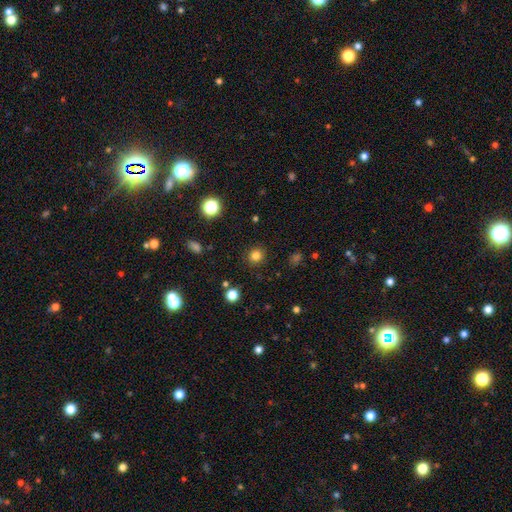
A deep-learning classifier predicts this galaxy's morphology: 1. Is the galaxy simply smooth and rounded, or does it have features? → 82% smooth, 14% star or artifact, 4% featured or disk.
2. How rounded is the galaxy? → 90% round, 9% in between, 1% cigar-shaped.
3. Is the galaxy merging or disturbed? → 90% none, 6% minor disturbance, 2% major disturbance, 1% merger.